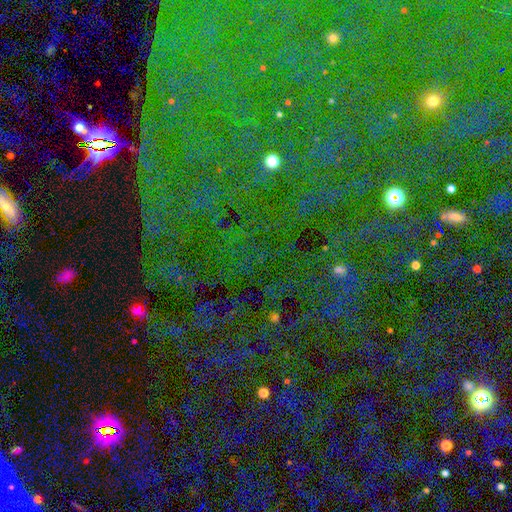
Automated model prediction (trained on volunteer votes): Smooth or featured: star or artifact — 81% (smooth — 10%)